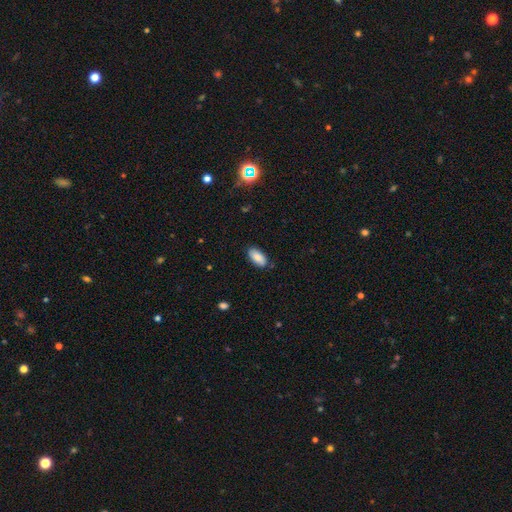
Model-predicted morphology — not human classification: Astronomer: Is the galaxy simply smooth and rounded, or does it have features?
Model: smooth — 85%.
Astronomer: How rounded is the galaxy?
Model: in between — 93%.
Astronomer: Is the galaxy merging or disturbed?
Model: none — 83%.